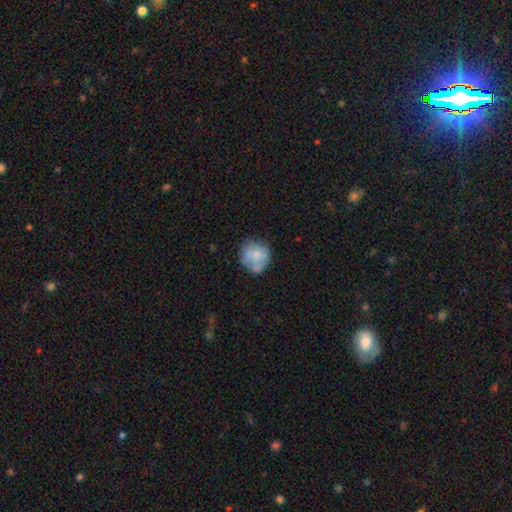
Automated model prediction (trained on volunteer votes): A smooth galaxy with no disk features (62%) that is round (83%). Merging: none (57%).